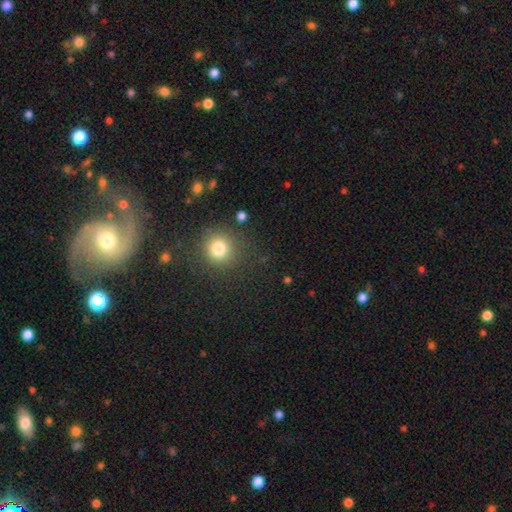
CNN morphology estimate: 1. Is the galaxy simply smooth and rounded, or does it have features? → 49% smooth, 30% featured or disk, 21% star or artifact.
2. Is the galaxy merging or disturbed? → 80% none, 10% minor disturbance, 6% major disturbance, 5% merger.